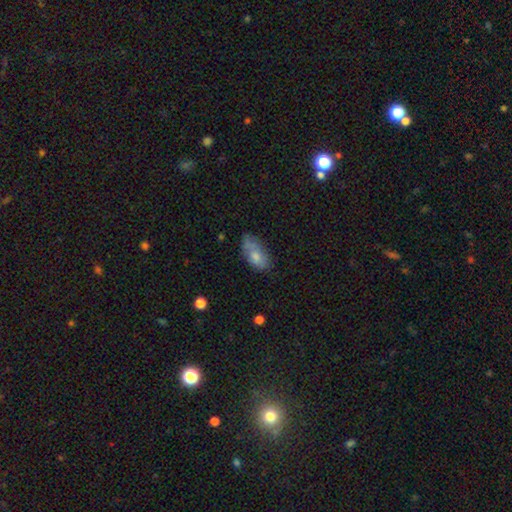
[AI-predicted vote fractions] Smooth or featured?
  - smooth: 72% *
  - featured or disk: 20%
  - star or artifact: 8%
How rounded?
  - in between: 91% *
  - cigar-shaped: 5%
  - round: 4%
Merging?
  - none: 52% *
  - minor disturbance: 32%
  - major disturbance: 12%
  - merger: 4%